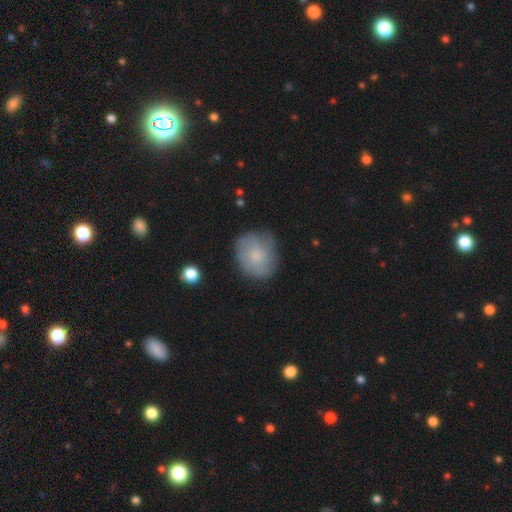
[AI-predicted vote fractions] smooth-or-featured: smooth: 61% | featured or disk: 31% | star or artifact: 8%
  how-rounded: round: 71% | in between: 28% | cigar-shaped: 1%
  merging: none: 69% | minor disturbance: 22% | major disturbance: 7% | merger: 2%